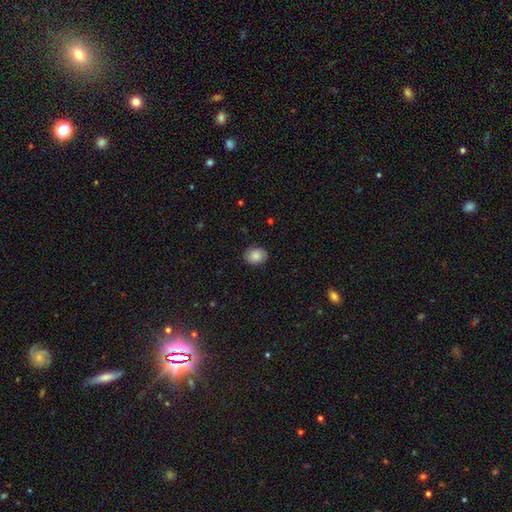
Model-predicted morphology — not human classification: A smooth galaxy with no disk features (85%) that is in between round and cigar-shaped (60%).

Vote fractions:
- Smooth or featured? smooth: 85% / star or artifact: 7% / featured or disk: 7%
- How rounded? in between: 60% / round: 39% / cigar-shaped: 1%
- Merging? none: 86% / minor disturbance: 10% / major disturbance: 2% / merger: 1%